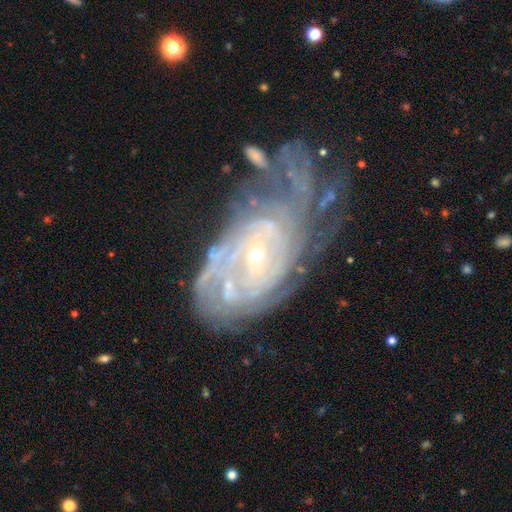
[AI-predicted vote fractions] This is clearly a featured or disk galaxy (84%). It is clearly not viewed edge-on (96%). Bar: possibly no (60%). Spiral arm pattern: clearly yes (92%). Spiral arm count: possibly can't tell (46%). Spiral winding: likely tight (73%). Central bulge: likely small (77%). Merging: marginally major disturbance (32%).